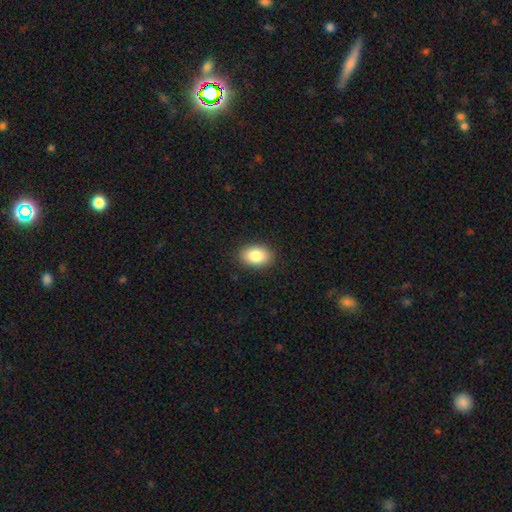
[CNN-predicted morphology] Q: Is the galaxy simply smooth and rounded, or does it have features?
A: smooth — 84%.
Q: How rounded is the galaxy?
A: in between — 85%.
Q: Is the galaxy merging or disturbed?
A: none — 89%.